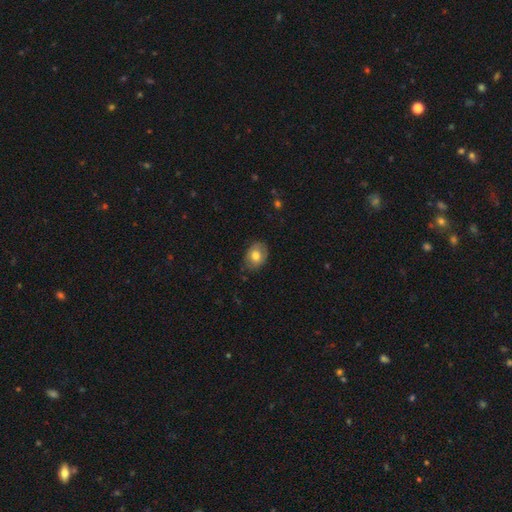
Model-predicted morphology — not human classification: Q: Smooth or featured?
A: smooth (73%); runner-up: featured or disk (19%)
Q: How rounded?
A: in between (64%); runner-up: round (35%)
Q: Merging?
A: none (77%); runner-up: minor disturbance (19%)